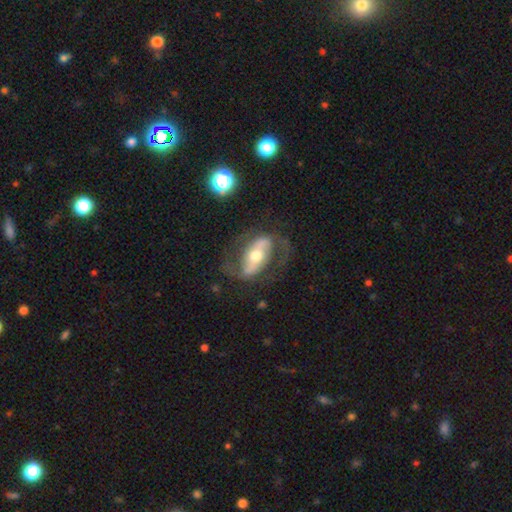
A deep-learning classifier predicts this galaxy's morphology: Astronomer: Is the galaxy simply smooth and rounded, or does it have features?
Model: featured or disk — 81%.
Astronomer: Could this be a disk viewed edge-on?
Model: no — 93%.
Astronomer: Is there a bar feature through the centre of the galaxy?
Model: strong — 50% (runner-up: weak, 27%).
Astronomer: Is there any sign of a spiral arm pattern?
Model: yes — 84%.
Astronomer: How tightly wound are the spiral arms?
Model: medium — 47% (runner-up: loose, 36%).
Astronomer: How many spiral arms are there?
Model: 2 — 89%.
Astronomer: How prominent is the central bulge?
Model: moderate — 68%.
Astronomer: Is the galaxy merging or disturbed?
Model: none — 69%.